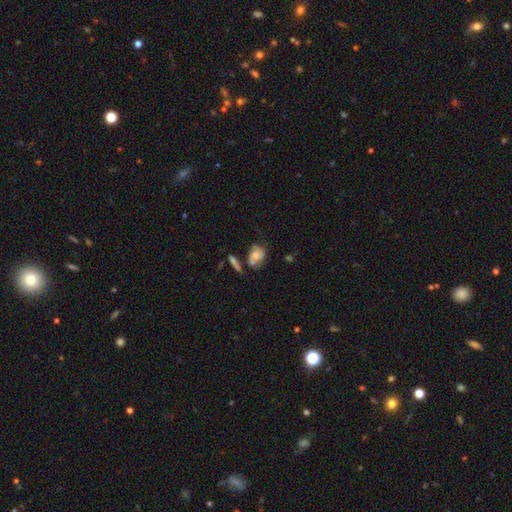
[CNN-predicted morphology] The model was most divided on "merging": none: 38%, merger: 27%, minor disturbance: 22%, major disturbance: 13%. More confident: how rounded — in between (61%); smooth or featured — smooth (53%).